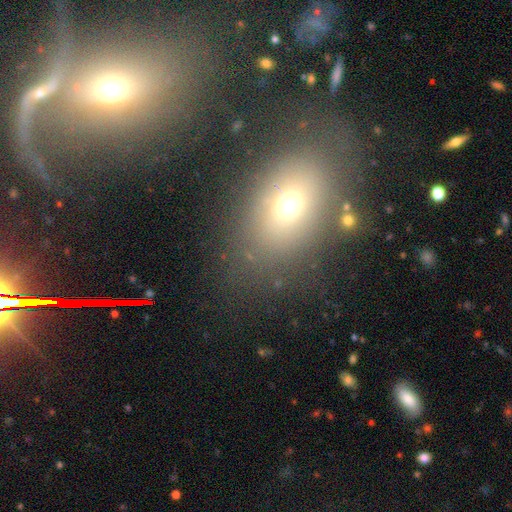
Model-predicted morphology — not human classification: Smooth or featured? Predicted: smooth (p=0.51). How rounded? Predicted: in between (p=0.79). Merging? Predicted: none (p=0.79).